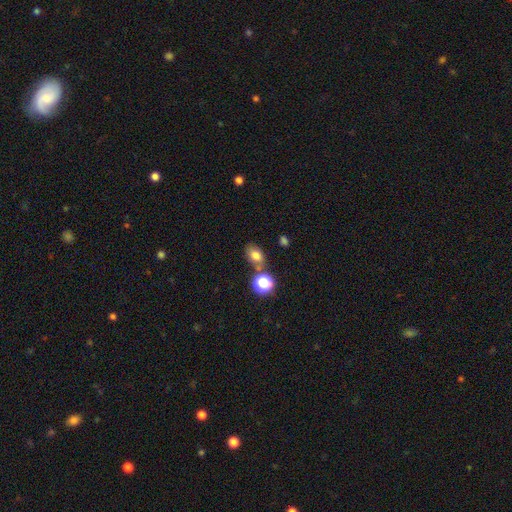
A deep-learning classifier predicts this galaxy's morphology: smooth-or-featured: smooth: 75% | star or artifact: 15% | featured or disk: 10%
  how-rounded: in between: 70% | round: 28% | cigar-shaped: 1%
  merging: none: 67% | merger: 15% | minor disturbance: 14% | major disturbance: 4%